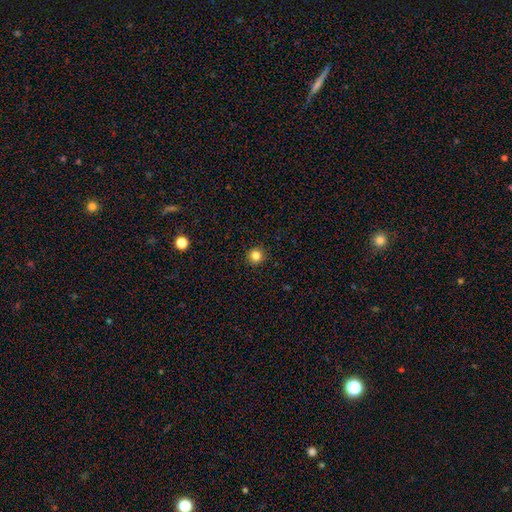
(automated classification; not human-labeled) This is clearly a smooth galaxy (83%). How rounded: clearly round (94%). Merging: clearly none (93%).